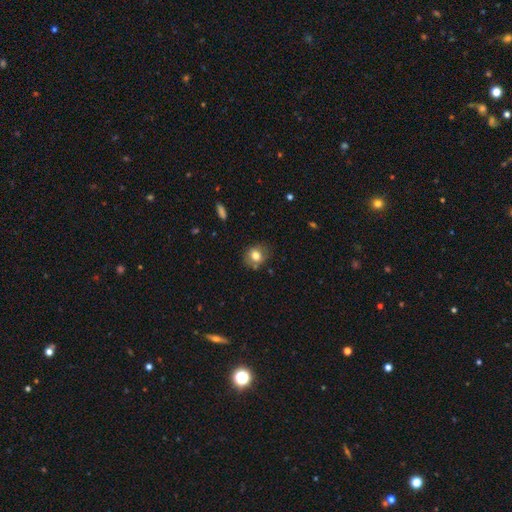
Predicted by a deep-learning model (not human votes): A smooth galaxy with no disk features (75%) that is round (65%). Merging: none (73%).